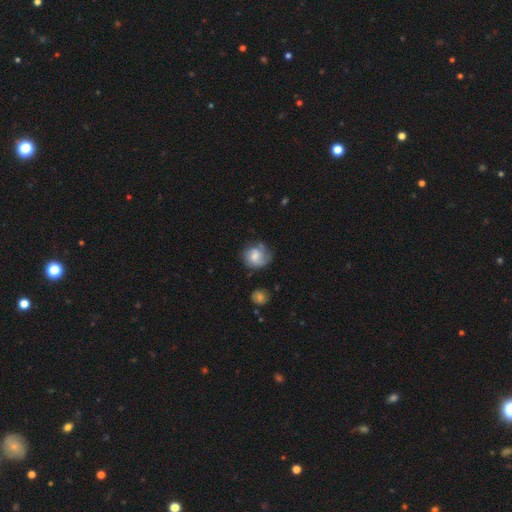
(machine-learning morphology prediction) Overall: smooth (52%; featured or disk 40%). How rounded: round (73%). Merging: none (53%; minor disturbance 27%).